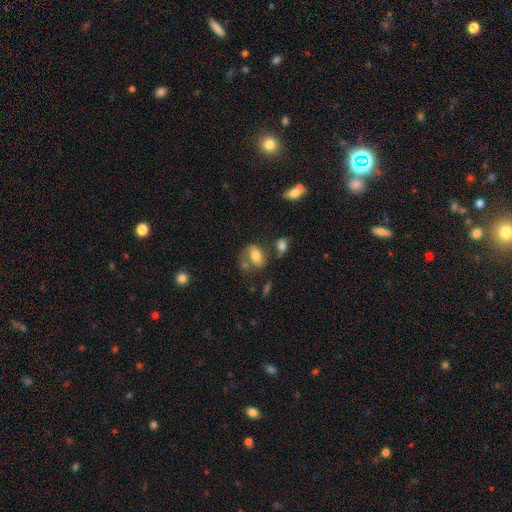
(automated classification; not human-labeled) The model was most divided on "merging": none: 47%, merger: 21%, minor disturbance: 20%, major disturbance: 12%. More confident: how rounded — in between (80%); smooth or featured — smooth (66%).